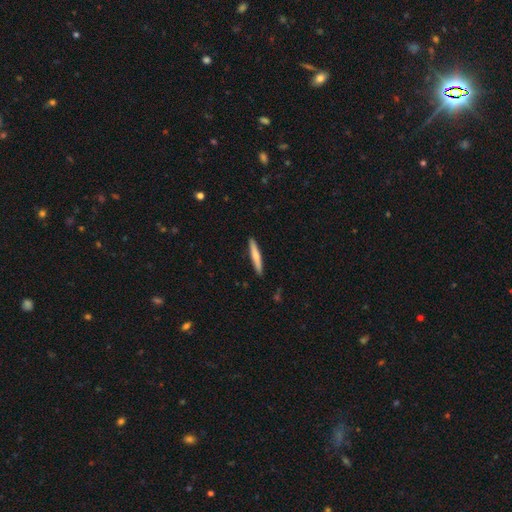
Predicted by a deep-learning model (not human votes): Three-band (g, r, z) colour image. It shows a smooth galaxy with no disk features (62%) that is cigar-shaped (94%). Merging: none (91%).